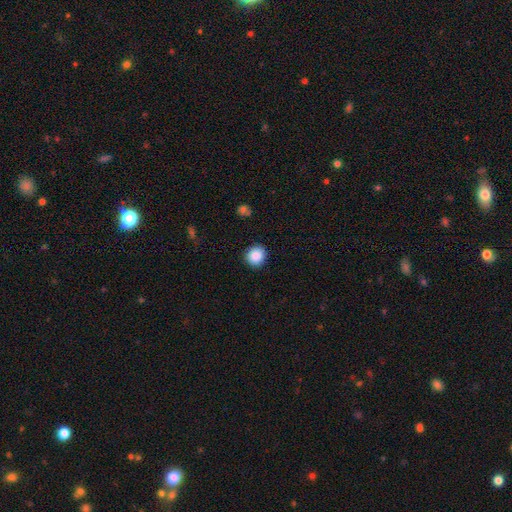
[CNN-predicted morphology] Overall: smooth (88%). How rounded: round (87%). Merging: none (90%).